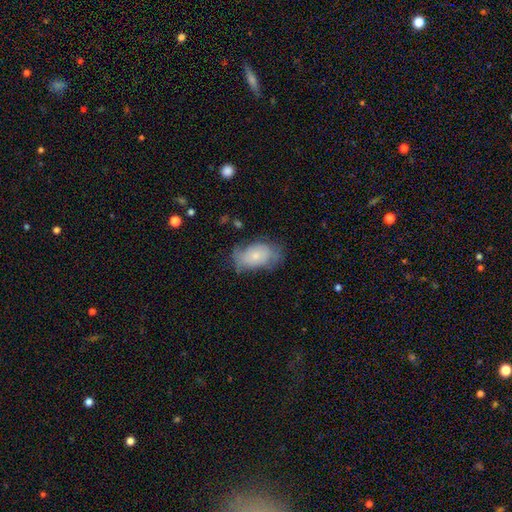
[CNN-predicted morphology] A smooth galaxy with no disk features (55%) that is in between round and cigar-shaped (90%).

Vote fractions:
- Smooth or featured? smooth: 55% / featured or disk: 37% / star or artifact: 8%
- How rounded? in between: 90% / round: 8% / cigar-shaped: 2%
- Merging? none: 54% / minor disturbance: 30% / major disturbance: 14% / merger: 2%